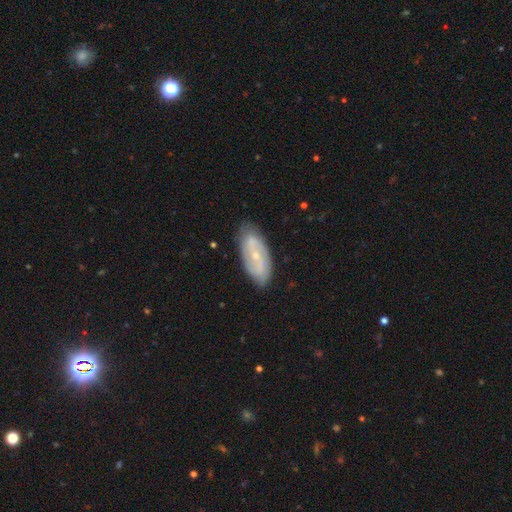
featured or disk 67%, smooth 31%, star or artifact 3%. Down the decision tree: edge-on disk — no (96%); bar — no (64%); spiral arms — yes (84%); spiral arm count — 2 (95%); spiral winding — loose (48%); bulge size — small (84%); merging — none (79%).